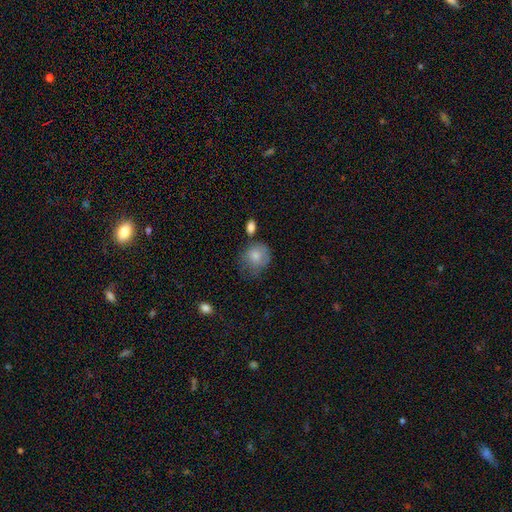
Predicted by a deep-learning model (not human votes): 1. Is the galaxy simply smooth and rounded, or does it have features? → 79% smooth, 13% featured or disk, 8% star or artifact.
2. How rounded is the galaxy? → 68% round, 31% in between, 1% cigar-shaped.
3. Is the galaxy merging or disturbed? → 45% none, 32% minor disturbance, 15% major disturbance, 8% merger.